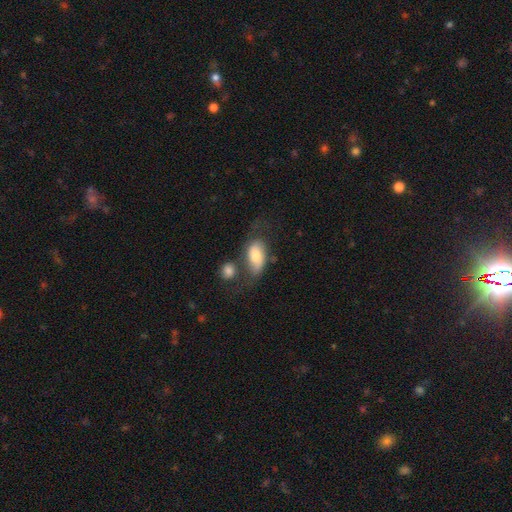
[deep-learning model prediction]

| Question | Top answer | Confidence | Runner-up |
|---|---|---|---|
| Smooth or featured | smooth | 68% | featured or disk (25%) |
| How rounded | in between | 91% | round (5%) |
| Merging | none | 37% | merger (24%) |